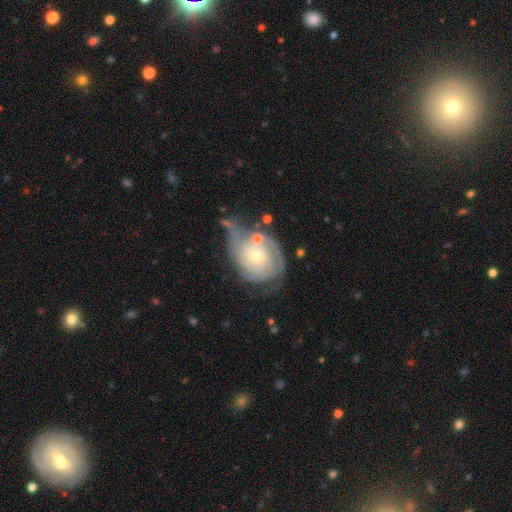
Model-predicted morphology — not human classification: featured or disk 82%, smooth 12%, star or artifact 6%. Down the decision tree: edge-on disk — no (97%); bar — no (76%); spiral arms — yes (93%); spiral arm count — can't tell (36%); spiral winding — tight (71%); bulge size — small (57%); merging — none (41%).